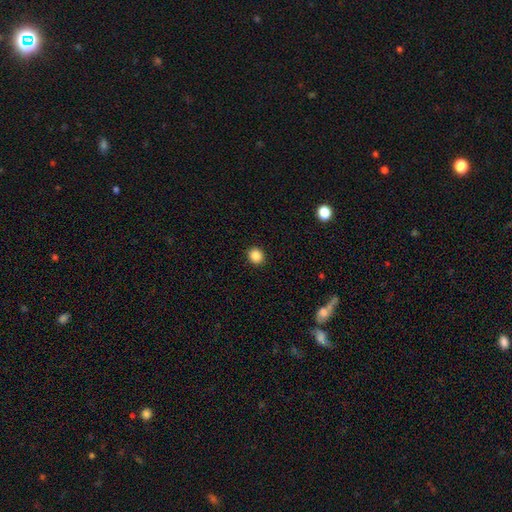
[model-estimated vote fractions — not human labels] This is clearly a smooth galaxy (87%). How rounded: clearly round (83%). Merging: clearly none (92%).